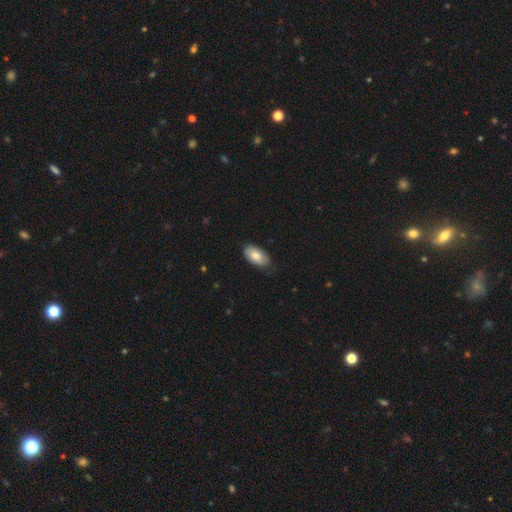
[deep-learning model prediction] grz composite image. It shows a smooth galaxy with no disk features (80%) that is in between round and cigar-shaped (95%). Merging: none (76%).